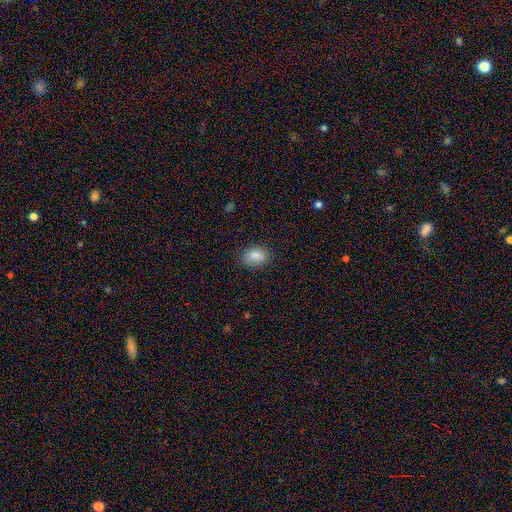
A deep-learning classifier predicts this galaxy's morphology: Smooth or featured? smooth (86%)
How rounded? in between (80%)
Merging? none (82%)